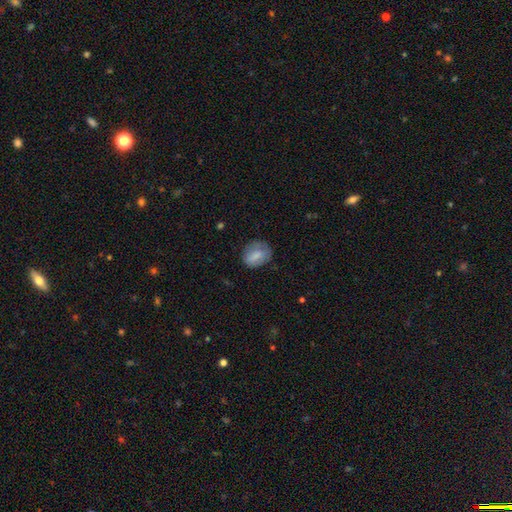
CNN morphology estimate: The model was most divided on "how rounded": in between: 57%, round: 41%, cigar-shaped: 2%. More confident: smooth or featured — smooth (76%); merging — none (69%).